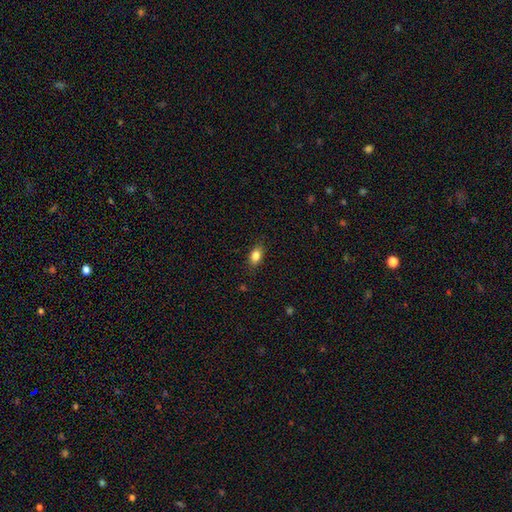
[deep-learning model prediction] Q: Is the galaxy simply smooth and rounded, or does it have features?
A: smooth — 85%.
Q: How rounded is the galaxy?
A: in between — 86%.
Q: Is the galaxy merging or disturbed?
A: none — 85%.